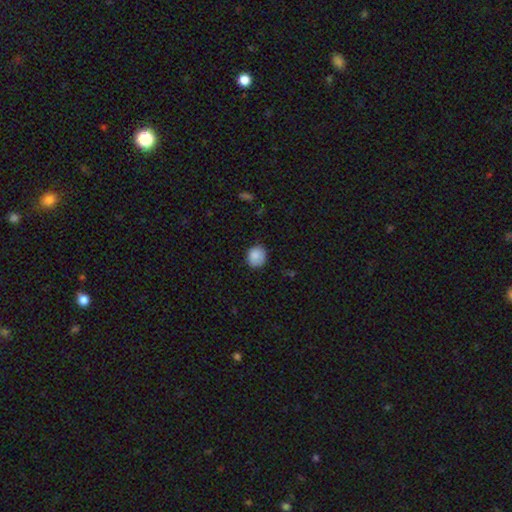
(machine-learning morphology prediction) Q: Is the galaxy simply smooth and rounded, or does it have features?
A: smooth — 87%.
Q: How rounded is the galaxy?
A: round — 73%.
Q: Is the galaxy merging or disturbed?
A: none — 79%.